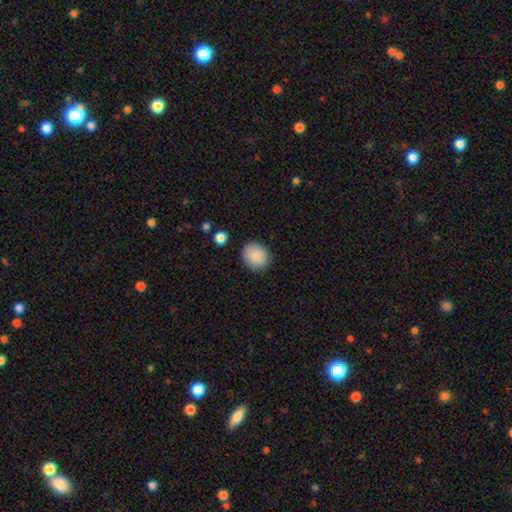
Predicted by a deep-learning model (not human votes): Morphology: type=smooth (89%); roundness=round (70%); merging=none (88%).